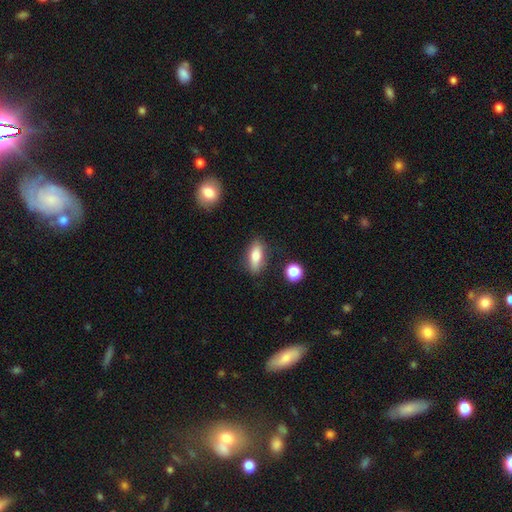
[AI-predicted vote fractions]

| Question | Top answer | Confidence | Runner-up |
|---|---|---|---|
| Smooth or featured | smooth | 77% | featured or disk (15%) |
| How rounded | in between | 74% | cigar-shaped (21%) |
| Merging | none | 82% | minor disturbance (12%) |